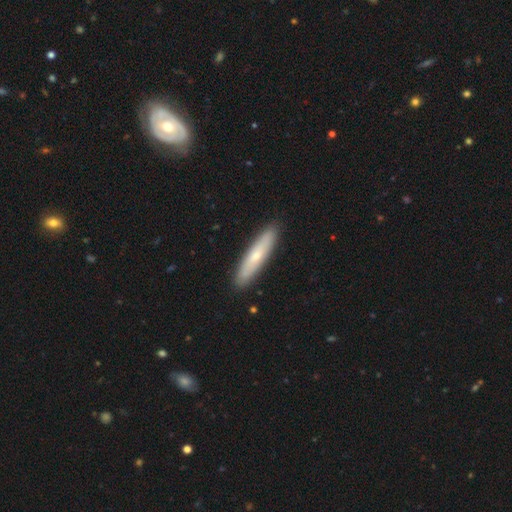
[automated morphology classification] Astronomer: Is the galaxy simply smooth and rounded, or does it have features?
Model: smooth — 59% (runner-up: featured or disk, 36%).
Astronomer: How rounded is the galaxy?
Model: cigar-shaped — 84%.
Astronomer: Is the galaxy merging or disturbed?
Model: none — 91%.